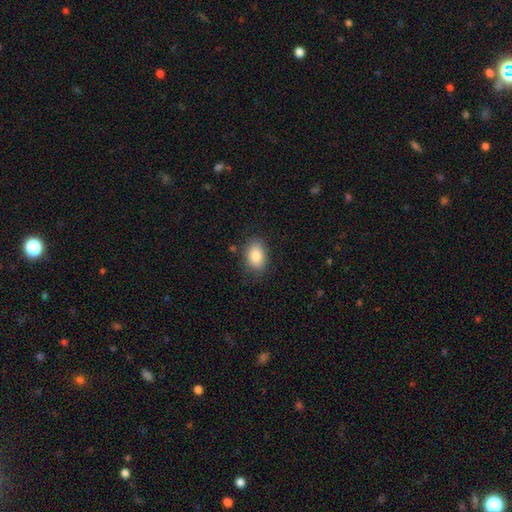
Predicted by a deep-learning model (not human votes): A smooth galaxy with no disk features (85%) that is in between round and cigar-shaped (86%).

Vote fractions:
- Smooth or featured? smooth: 85% / star or artifact: 8% / featured or disk: 7%
- How rounded? in between: 86% / round: 12% / cigar-shaped: 1%
- Merging? none: 81% / minor disturbance: 13% / major disturbance: 4% / merger: 2%